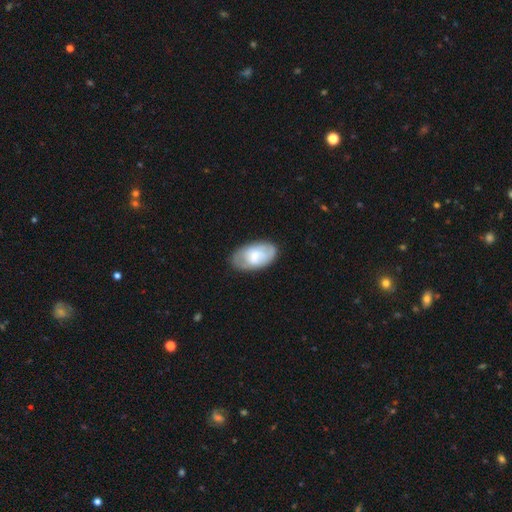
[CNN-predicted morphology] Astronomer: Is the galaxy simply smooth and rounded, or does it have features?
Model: smooth — 58% (runner-up: featured or disk, 36%).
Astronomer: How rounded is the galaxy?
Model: in between — 94%.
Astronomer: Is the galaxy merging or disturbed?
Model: none — 73%.